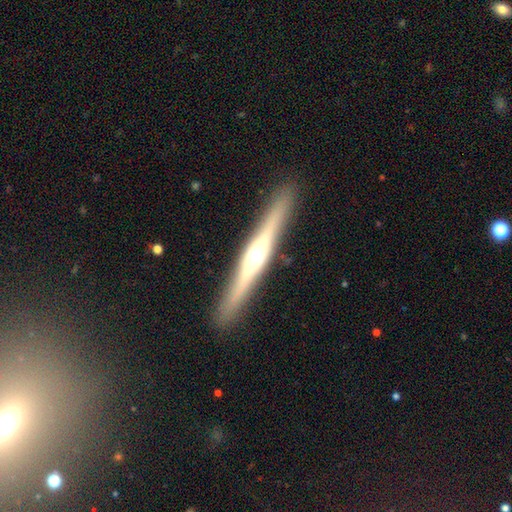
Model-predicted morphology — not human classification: Smooth or featured? Predicted: featured or disk (p=0.68). Edge-on disk? Predicted: yes (p=0.96). Edge-on bulge? Predicted: rounded (p=0.86). Merging? Predicted: none (p=0.90).